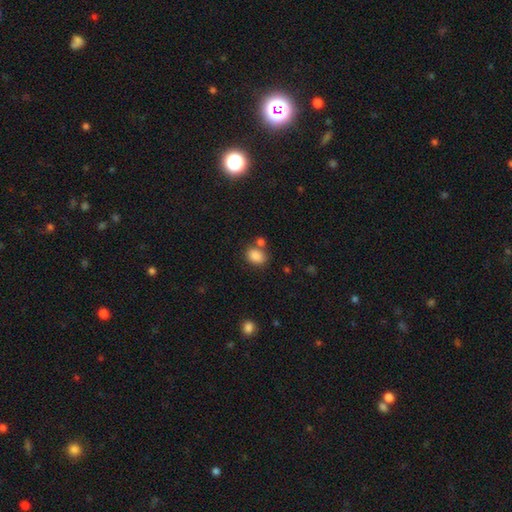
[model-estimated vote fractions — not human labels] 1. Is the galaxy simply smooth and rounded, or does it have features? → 86% smooth, 9% star or artifact, 5% featured or disk.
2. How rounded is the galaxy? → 69% in between, 30% round, 1% cigar-shaped.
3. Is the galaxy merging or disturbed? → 64% none, 19% merger, 13% minor disturbance, 4% major disturbance.